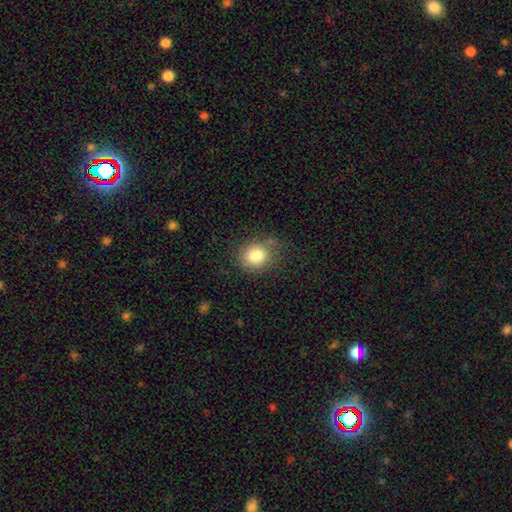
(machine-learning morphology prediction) This appears to be a smooth galaxy with no disk features (82%) that is round (71%). Merging: none (74%).